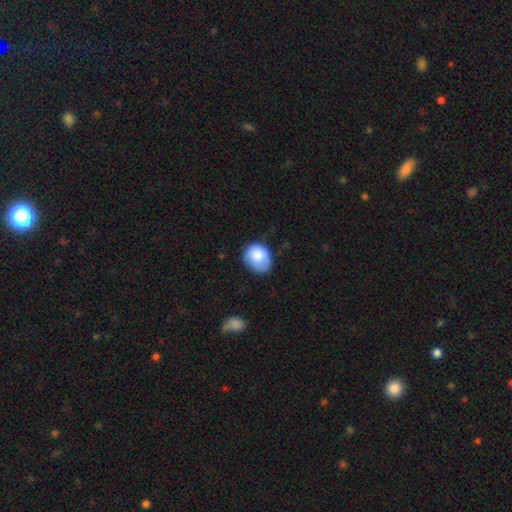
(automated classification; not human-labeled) Smooth or featured? smooth (84%)
How rounded? round (53%)
Merging? none (58%)